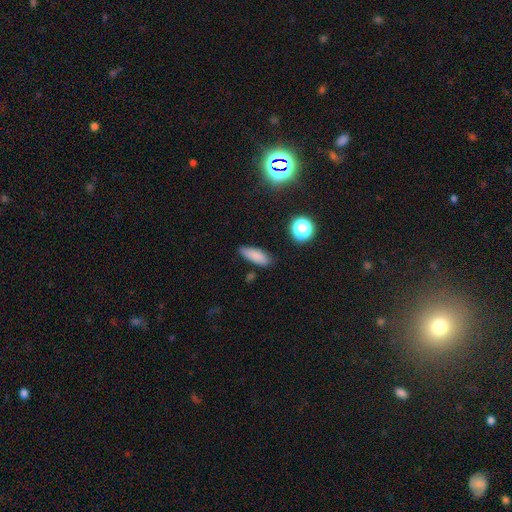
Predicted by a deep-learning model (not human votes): smooth_or_featured: smooth (p=0.83) [alt: star or artifact p=0.10]
how_rounded: in between (p=0.63) [alt: cigar-shaped p=0.34]
merging: none (p=0.81) [alt: minor disturbance p=0.14]